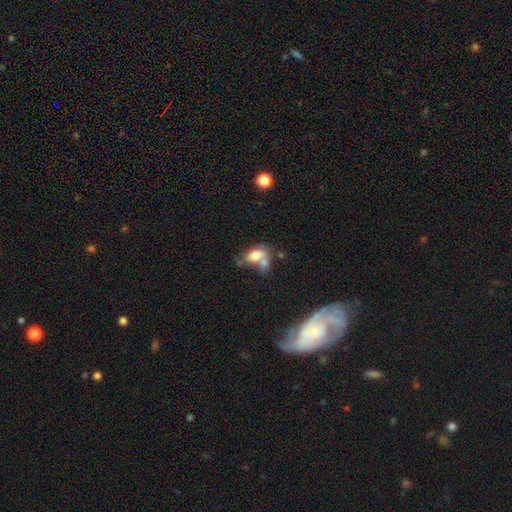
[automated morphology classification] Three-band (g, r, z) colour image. It shows a smooth galaxy with no disk features (68%) that is in between round and cigar-shaped (83%). Merging: merger (52%).